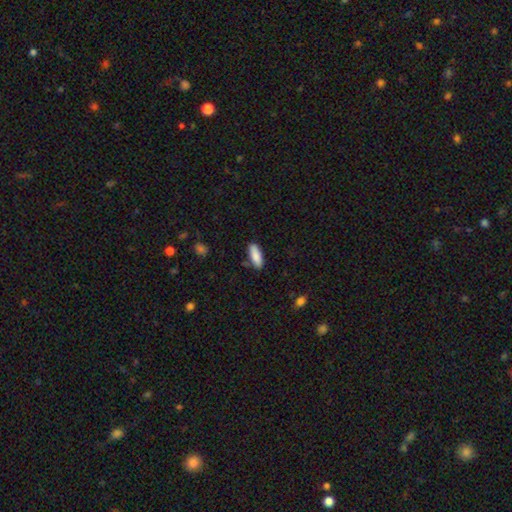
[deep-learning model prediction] Smooth or featured? smooth (88%)
How rounded? in between (66%)
Merging? none (83%)